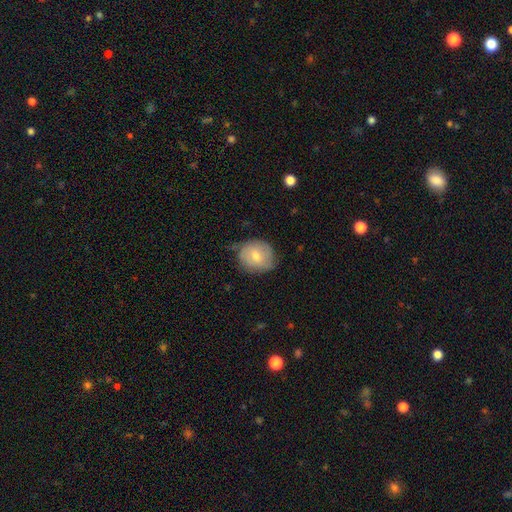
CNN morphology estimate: A smooth galaxy with no disk features (60%) that is round (73%).

Vote fractions:
- Smooth or featured? smooth: 60% / featured or disk: 32% / star or artifact: 8%
- How rounded? round: 73% / in between: 26% / cigar-shaped: 1%
- Merging? none: 64% / minor disturbance: 29% / major disturbance: 6% / merger: 1%